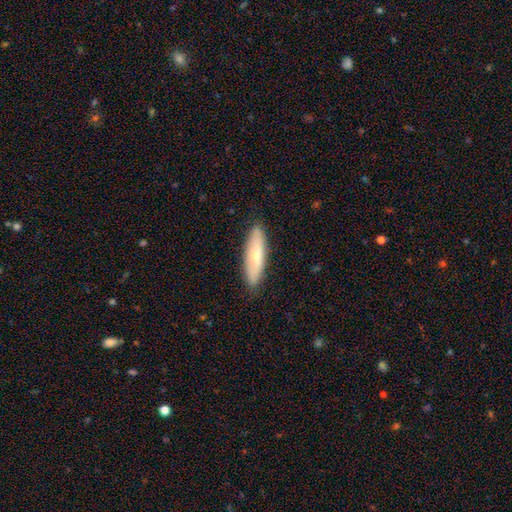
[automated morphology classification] This is possibly a smooth galaxy (60%). How rounded: possibly cigar-shaped (59%). Merging: clearly none (85%).